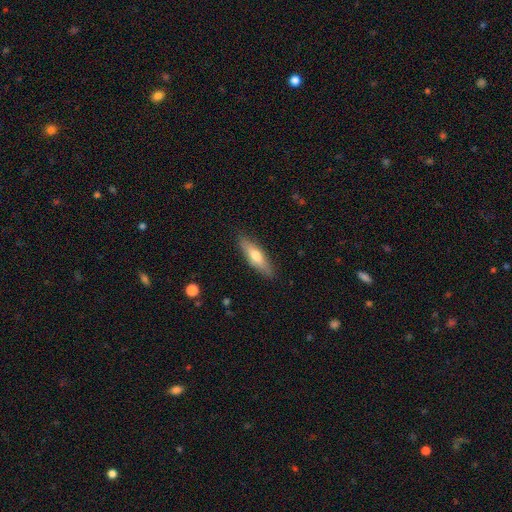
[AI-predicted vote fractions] Smooth or featured: smooth — 56% (featured or disk — 37%)
How rounded: cigar-shaped — 64% (in between — 34%)
Merging: none — 87% (minor disturbance — 10%)